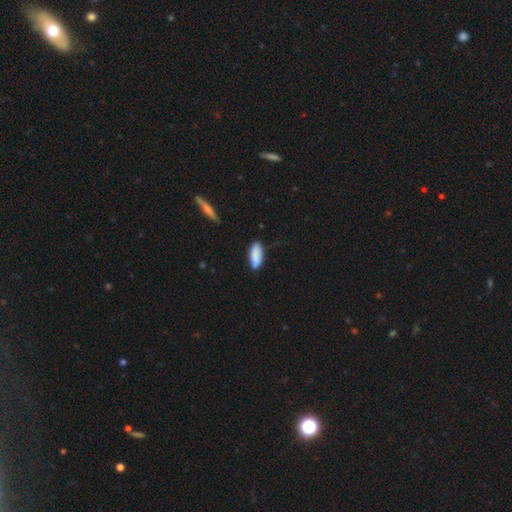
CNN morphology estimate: Smooth or featured?
  - smooth: 86% *
  - featured or disk: 8%
  - star or artifact: 6%
How rounded?
  - in between: 76% *
  - cigar-shaped: 23%
  - round: 2%
Merging?
  - none: 76% *
  - minor disturbance: 19%
  - major disturbance: 3%
  - merger: 2%